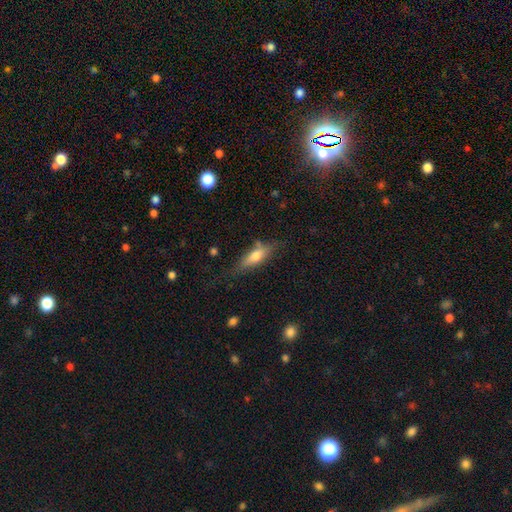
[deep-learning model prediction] Smooth or featured?
  - smooth: 59% *
  - featured or disk: 33%
  - star or artifact: 8%
How rounded?
  - in between: 52% *
  - cigar-shaped: 44%
  - round: 3%
Merging?
  - none: 65% *
  - minor disturbance: 23%
  - major disturbance: 8%
  - merger: 4%